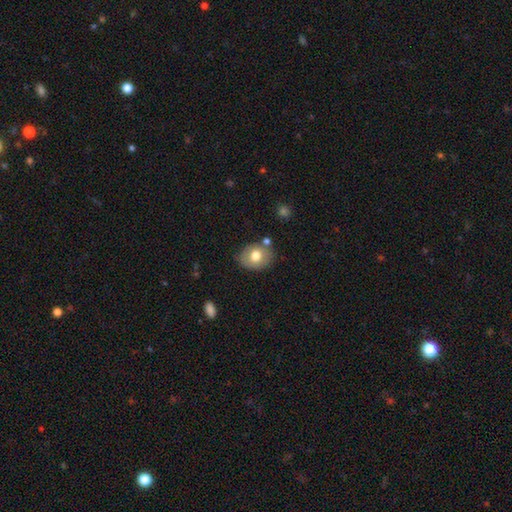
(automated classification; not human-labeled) Overall: smooth (72%). How rounded: in between (53%; round 46%). Merging: none (73%).